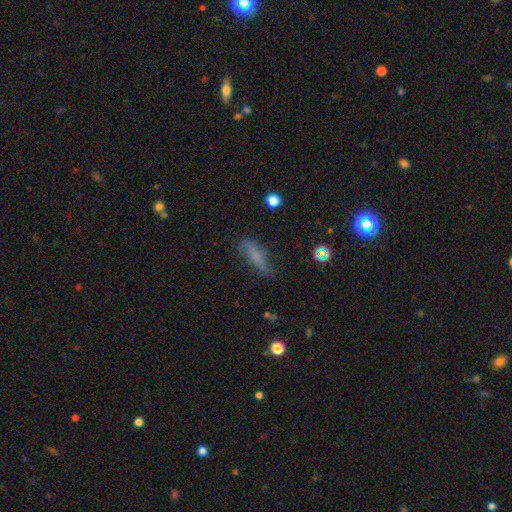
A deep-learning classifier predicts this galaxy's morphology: type=smooth (58%); roundness=cigar-shaped (49%); merging=none (58%).